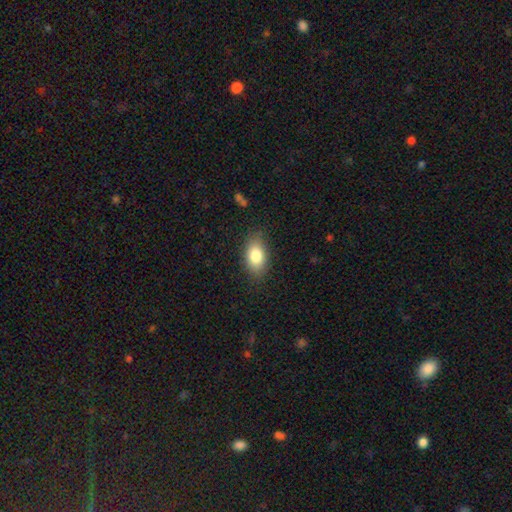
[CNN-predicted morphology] smooth 82%, featured or disk 10%, star or artifact 8%. Down the decision tree: how rounded — in between (90%); merging — none (83%).